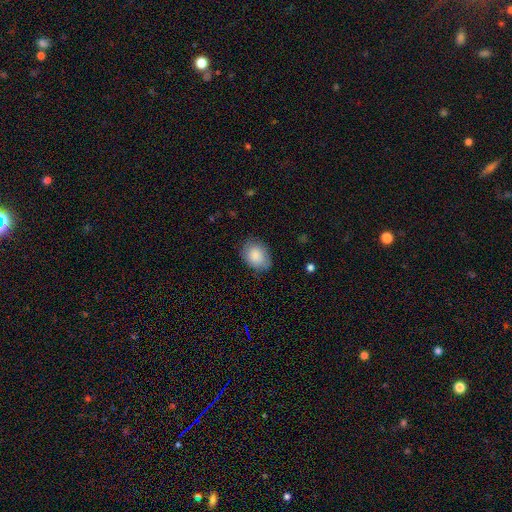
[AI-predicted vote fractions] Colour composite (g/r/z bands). It shows a smooth galaxy with no disk features (86%) that is in between round and cigar-shaped (72%). Merging: none (76%).